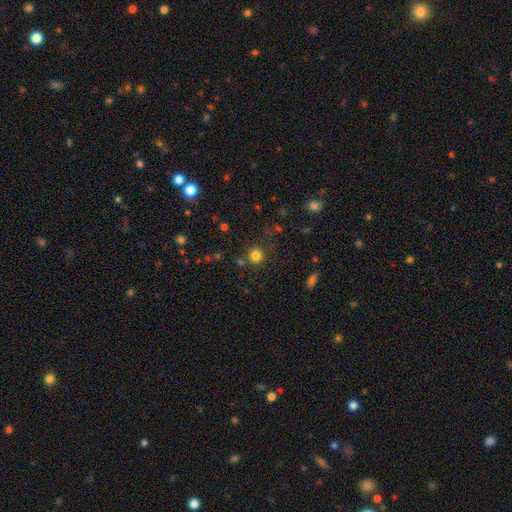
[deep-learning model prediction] The model was most divided on "smooth or featured": smooth: 80%, star or artifact: 14%, featured or disk: 5%. More confident: how rounded — round (92%); merging — none (79%).